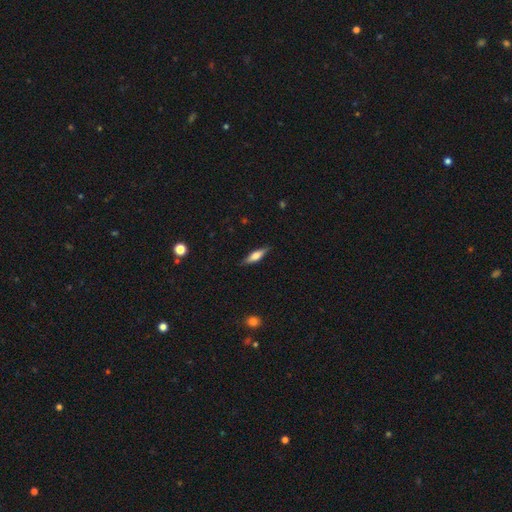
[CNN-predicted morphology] smooth 51%, featured or disk 42%, star or artifact 6%. Down the decision tree: how rounded — cigar-shaped (65%); merging — none (87%).